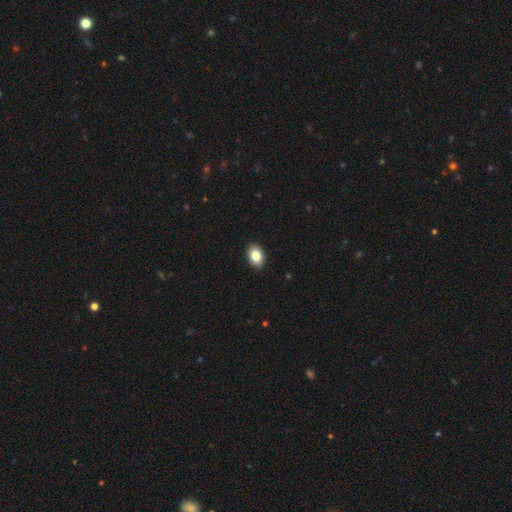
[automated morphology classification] A smooth galaxy with no disk features (86%) that is in between round and cigar-shaped (89%). Merging: none (91%).